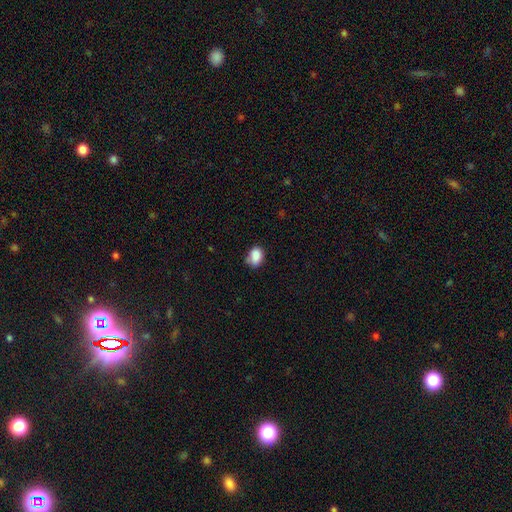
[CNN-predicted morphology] smooth-or-featured: smooth: 85% | star or artifact: 9% | featured or disk: 6%
  how-rounded: in between: 70% | round: 29% | cigar-shaped: 1%
  merging: none: 58% | minor disturbance: 30% | major disturbance: 7% | merger: 5%